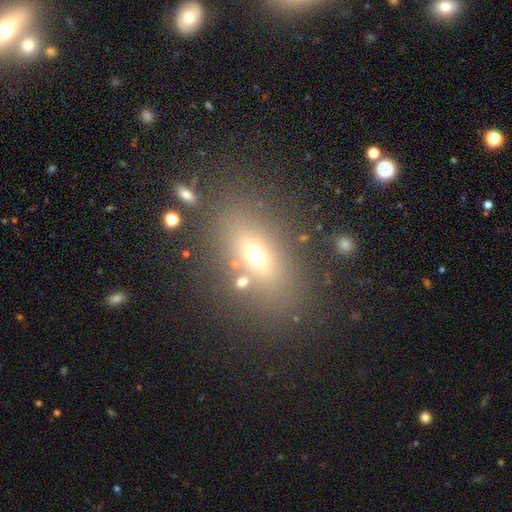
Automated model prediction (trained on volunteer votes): Smooth or featured?
  - smooth: 60% *
  - featured or disk: 22%
  - star or artifact: 18%
How rounded?
  - in between: 71% *
  - round: 18%
  - cigar-shaped: 12%
Merging?
  - none: 75% *
  - minor disturbance: 11%
  - merger: 8%
  - major disturbance: 7%